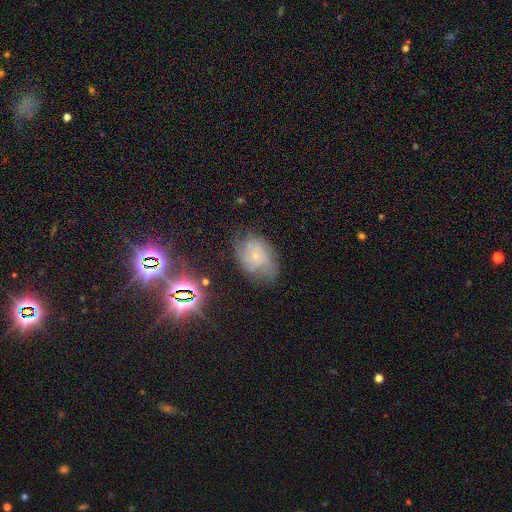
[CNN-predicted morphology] Smooth or featured? featured or disk (66%)
Edge-on disk? no (97%)
Bar? no (78%)
Spiral arms? yes (90%)
Spiral winding? tight (50%)
Spiral arm count? can't tell (39%)
Bulge size? small (83%)
Merging? none (66%)